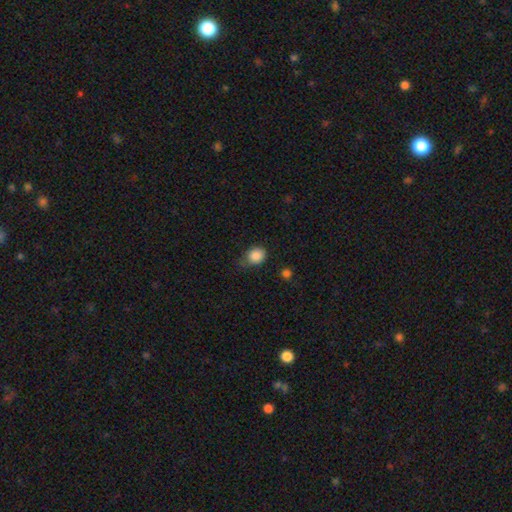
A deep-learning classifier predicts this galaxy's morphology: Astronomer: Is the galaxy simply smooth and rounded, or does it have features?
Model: smooth — 86%.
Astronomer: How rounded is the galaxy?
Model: round — 58% (runner-up: in between, 41%).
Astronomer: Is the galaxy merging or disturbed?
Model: none — 56% (runner-up: minor disturbance, 33%).